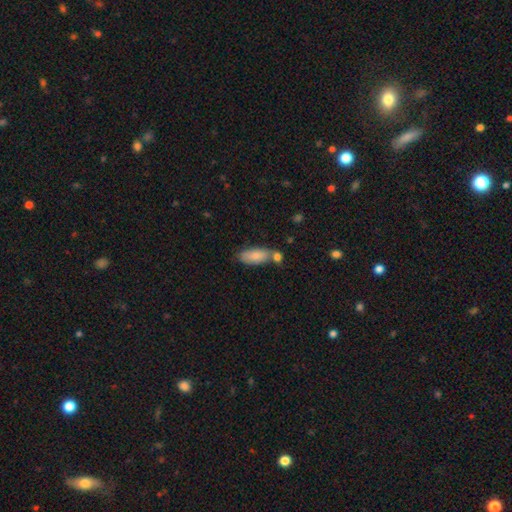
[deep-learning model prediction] Overall: smooth (82%). How rounded: in between (85%). Merging: none (51%; merger 29%).